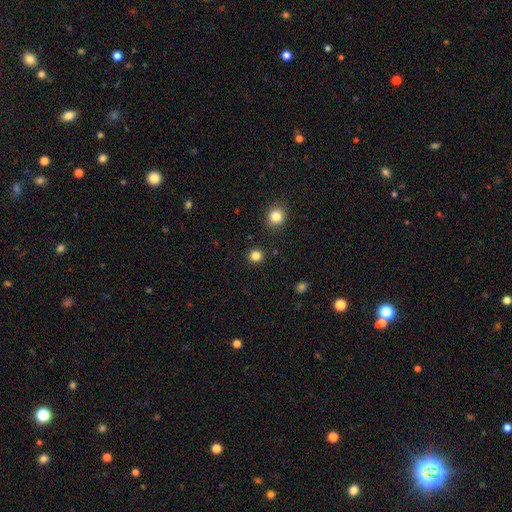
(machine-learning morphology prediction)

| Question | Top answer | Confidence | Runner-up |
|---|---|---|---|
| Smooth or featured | smooth | 83% | star or artifact (14%) |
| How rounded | round | 92% | in between (7%) |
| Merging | none | 91% | minor disturbance (5%) |